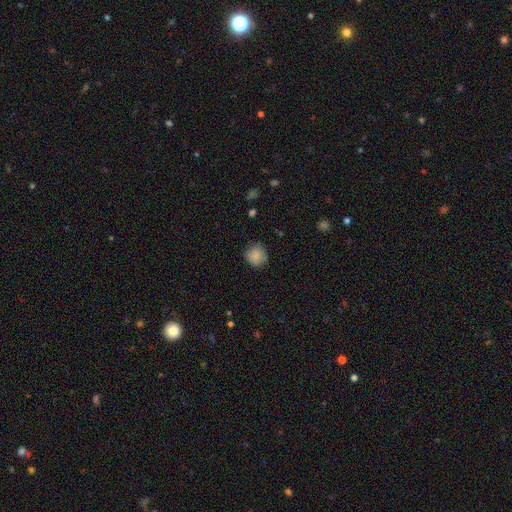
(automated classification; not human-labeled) Smooth or featured? Predicted: smooth (p=0.85). How rounded? Predicted: round (p=0.85). Merging? Predicted: none (p=0.80).